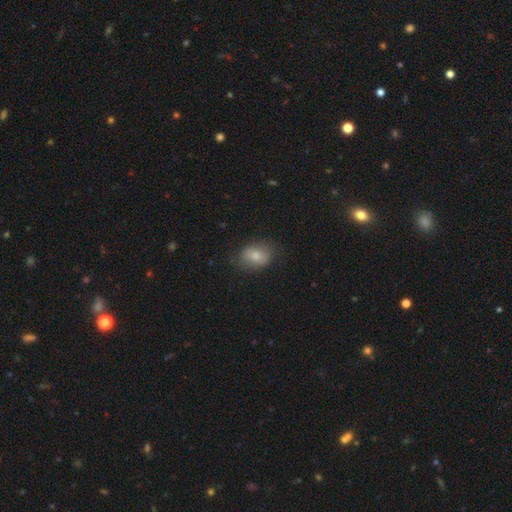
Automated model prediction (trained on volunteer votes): This appears to be a smooth galaxy with no disk features (77%) that is in between round and cigar-shaped (74%). Merging: none (75%).